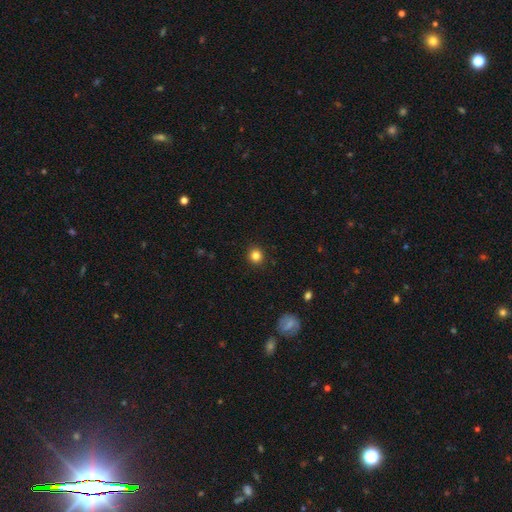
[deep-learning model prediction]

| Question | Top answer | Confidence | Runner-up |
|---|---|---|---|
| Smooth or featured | smooth | 84% | star or artifact (12%) |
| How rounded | round | 93% | in between (6%) |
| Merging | none | 93% | minor disturbance (5%) |